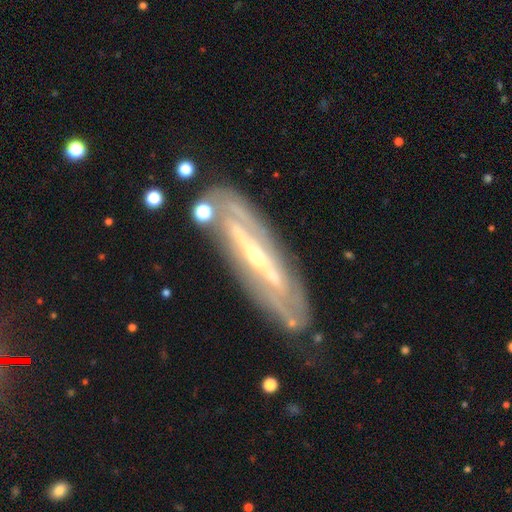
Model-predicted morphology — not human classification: This is clearly a featured or disk galaxy (84%). It is likely not viewed edge-on (65%). Bar: possibly strong (50%). Spiral arm pattern: likely yes (76%). Central bulge: likely small (64%). Merging: likely none (79%).